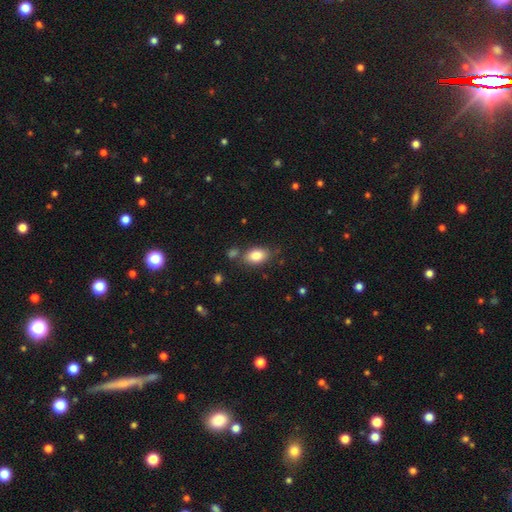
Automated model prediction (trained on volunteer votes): Smooth or featured: smooth — 84% (featured or disk — 8%)
How rounded: in between — 89% (round — 9%)
Merging: none — 74% (minor disturbance — 14%)